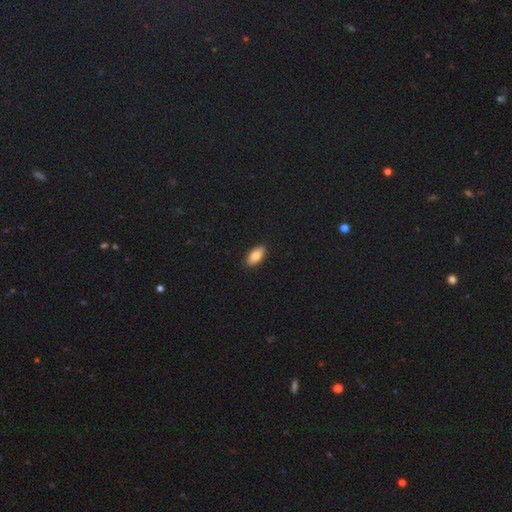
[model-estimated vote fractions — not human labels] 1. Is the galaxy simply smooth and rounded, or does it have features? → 81% smooth, 12% featured or disk, 7% star or artifact.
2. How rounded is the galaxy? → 92% in between, 5% cigar-shaped, 3% round.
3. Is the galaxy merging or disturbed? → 90% none, 7% minor disturbance, 2% major disturbance, 1% merger.